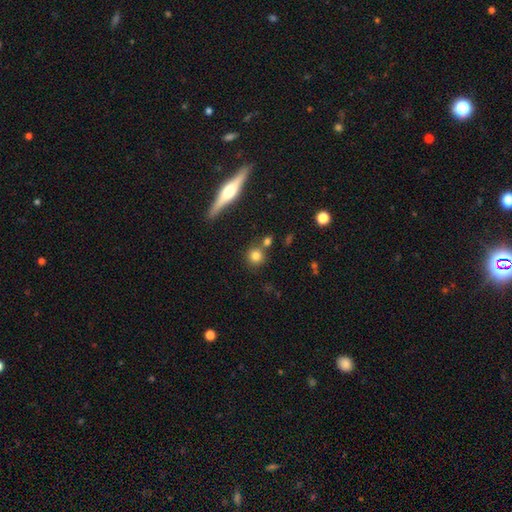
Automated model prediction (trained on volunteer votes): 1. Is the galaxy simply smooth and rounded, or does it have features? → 79% smooth, 11% star or artifact, 10% featured or disk.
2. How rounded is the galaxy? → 91% round, 7% in between, 2% cigar-shaped.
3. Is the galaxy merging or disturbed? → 73% none, 15% merger, 9% minor disturbance, 3% major disturbance.